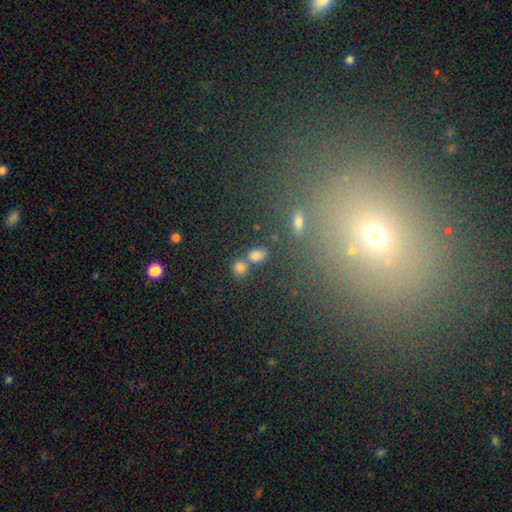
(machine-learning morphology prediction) A smooth galaxy with no disk features (78%) that is round (56%). Merging: none (60%).